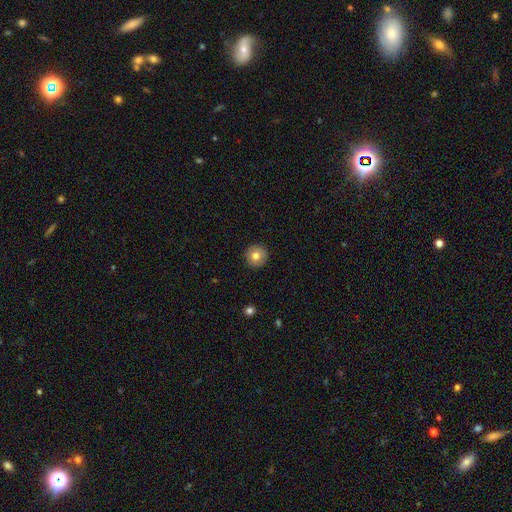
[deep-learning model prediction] This is likely a smooth galaxy (78%). How rounded: clearly round (96%). Merging: clearly none (93%).